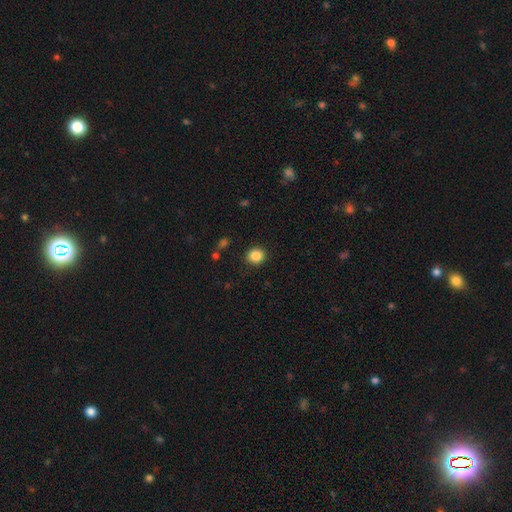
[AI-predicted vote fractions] Smooth or featured? Predicted: smooth (p=0.86). How rounded? Predicted: round (p=0.83). Merging? Predicted: none (p=0.90).